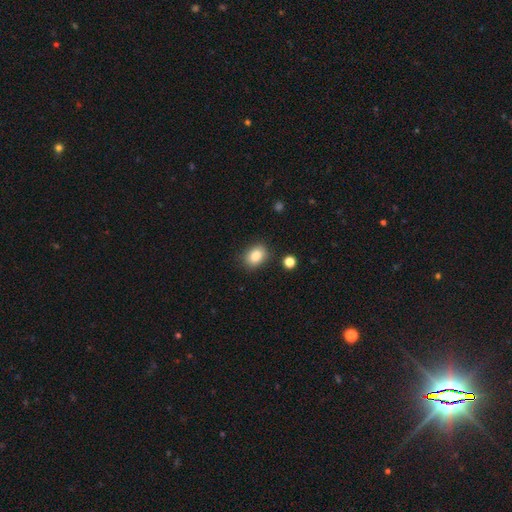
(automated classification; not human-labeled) smooth-or-featured: smooth: 84% | star or artifact: 9% | featured or disk: 6%
  how-rounded: in between: 63% | round: 36% | cigar-shaped: 1%
  merging: none: 84% | minor disturbance: 10% | major disturbance: 3% | merger: 3%